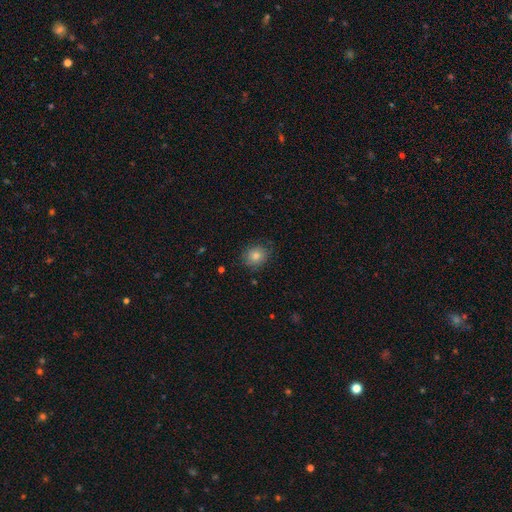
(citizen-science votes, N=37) Morphology: type=smooth (84%); roundness=round (74%); merging=none (82%).